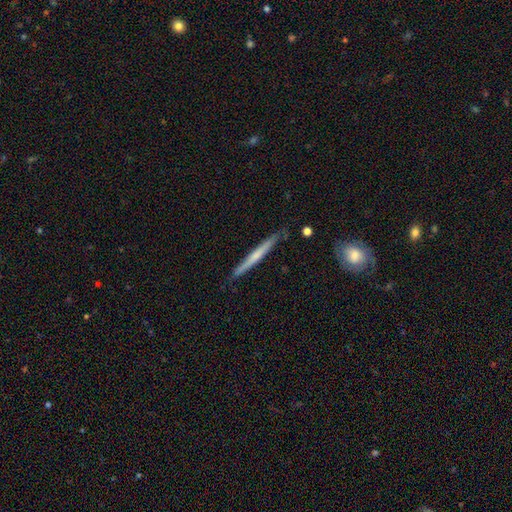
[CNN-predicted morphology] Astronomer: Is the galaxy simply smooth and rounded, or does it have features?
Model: featured or disk — 49% (runner-up: smooth, 45%).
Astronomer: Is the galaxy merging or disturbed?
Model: none — 85%.